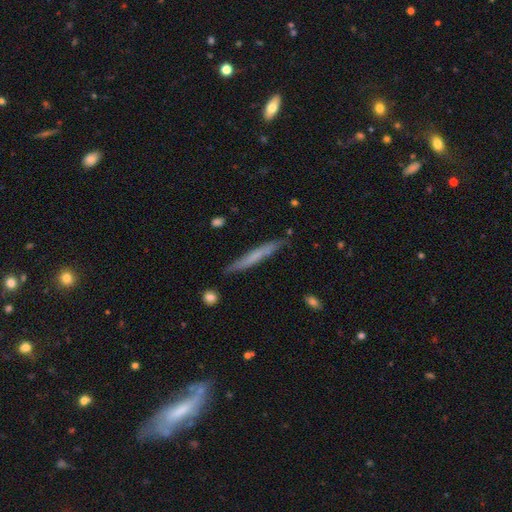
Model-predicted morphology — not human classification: The model was most divided on "smooth or featured": smooth: 53%, featured or disk: 41%, star or artifact: 6%. More confident: how rounded — cigar-shaped (96%); merging — none (84%).